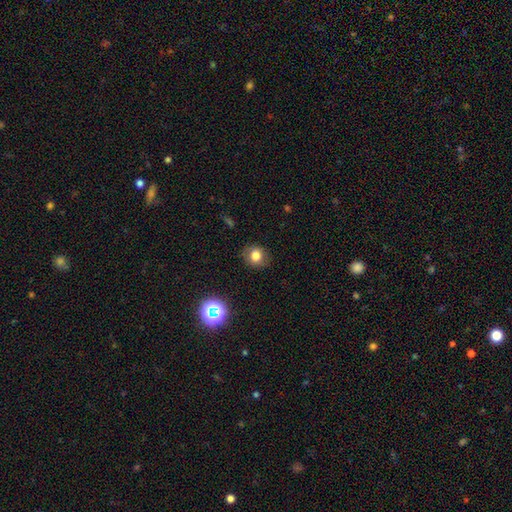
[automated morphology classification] type=smooth (76%); roundness=round (74%); merging=none (83%).